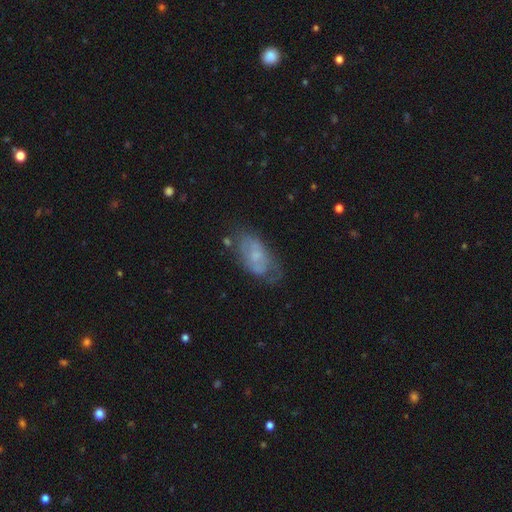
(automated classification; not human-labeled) featured or disk 51%, smooth 41%, star or artifact 9%. Down the decision tree: edge-on disk — no (92%); merging — none (55%).